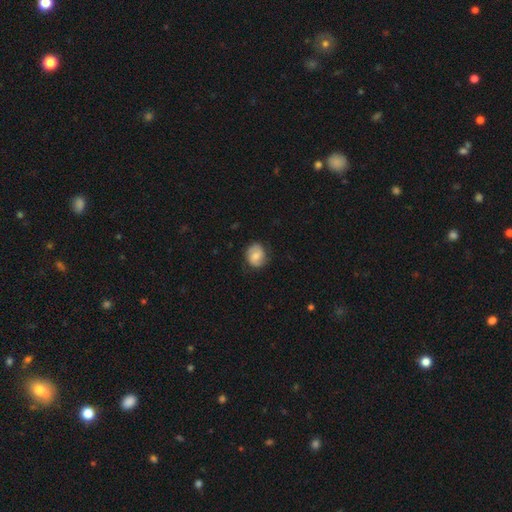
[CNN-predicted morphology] A smooth galaxy with no disk features (51%) that is round (69%). Merging: none (76%).